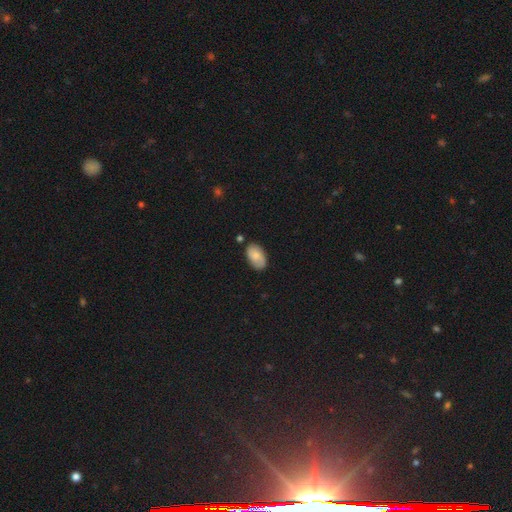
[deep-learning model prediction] Smooth or featured?
  - smooth: 76% *
  - featured or disk: 17%
  - star or artifact: 7%
How rounded?
  - in between: 94% *
  - round: 5%
  - cigar-shaped: 1%
Merging?
  - none: 75% *
  - minor disturbance: 19%
  - major disturbance: 3%
  - merger: 3%